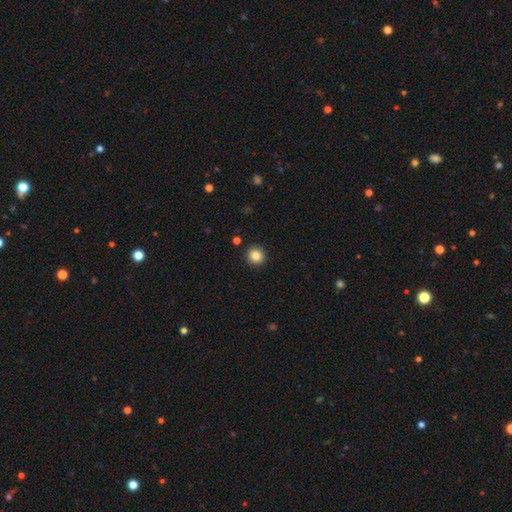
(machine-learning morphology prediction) This appears to be a smooth galaxy with no disk features (83%) that is round (94%). Merging: none (92%).